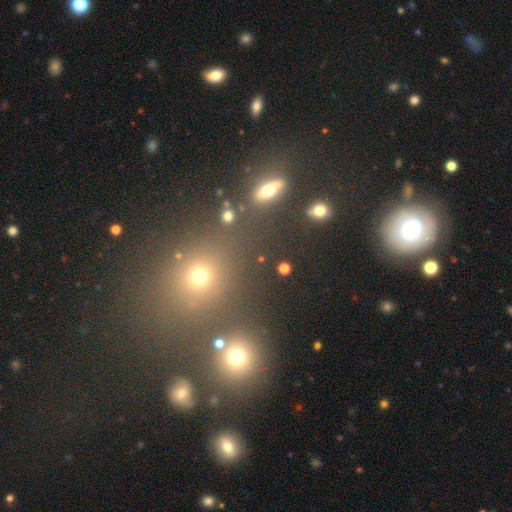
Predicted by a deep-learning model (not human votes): A smooth galaxy with no disk features (47%).

Vote fractions:
- Smooth or featured? smooth: 47% / star or artifact: 42% / featured or disk: 11%
- Merging? none: 72% / merger: 12% / minor disturbance: 10% / major disturbance: 6%